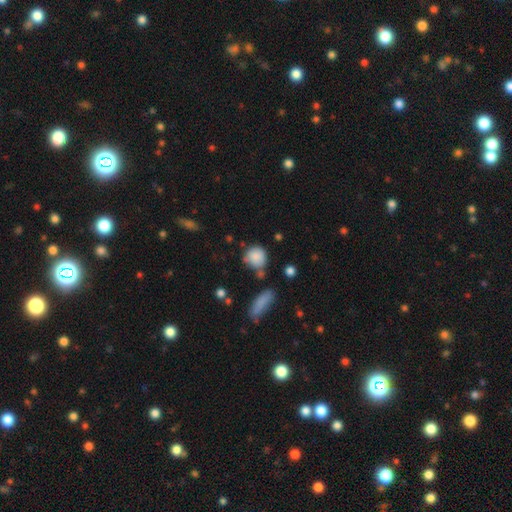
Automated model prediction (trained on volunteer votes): This appears to be a smooth galaxy with no disk features (84%) that is round (79%). Merging: none (57%).